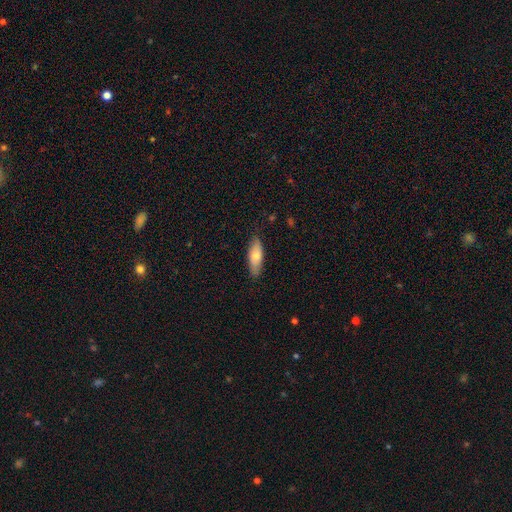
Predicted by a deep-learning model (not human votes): The model was most divided on "how rounded": in between: 65%, cigar-shaped: 33%, round: 2%. More confident: merging — none (84%); smooth or featured — smooth (71%).